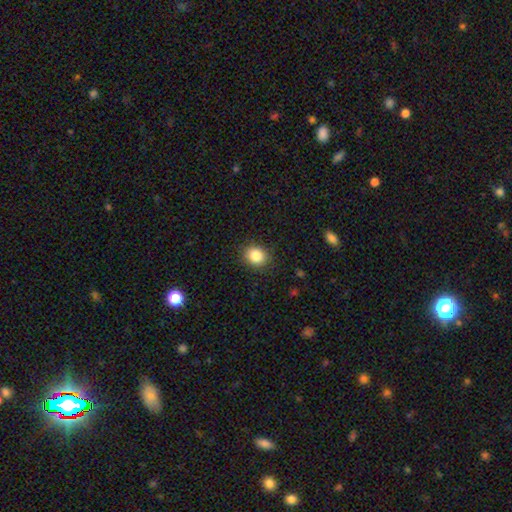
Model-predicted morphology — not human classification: Smooth or featured: smooth — 85% (star or artifact — 10%)
How rounded: round — 69% (in between — 30%)
Merging: none — 88% (minor disturbance — 9%)